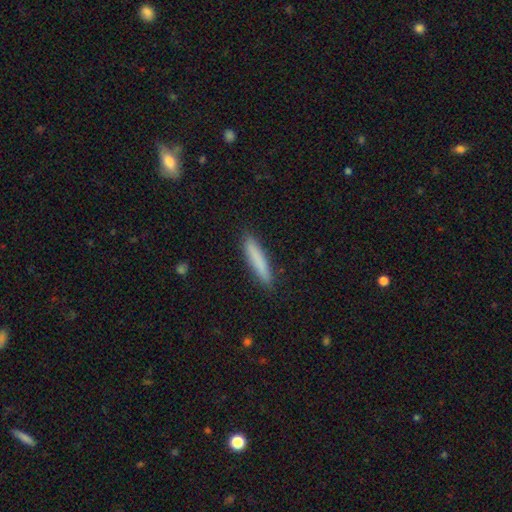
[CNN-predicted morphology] The model was most divided on "smooth or featured": smooth: 81%, featured or disk: 13%, star or artifact: 6%. More confident: how rounded — cigar-shaped (91%); merging — none (90%).